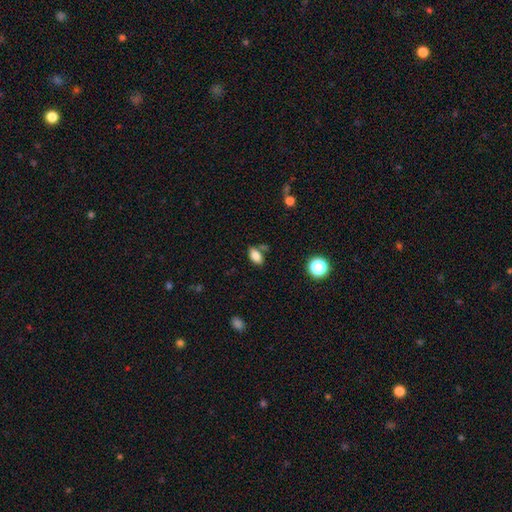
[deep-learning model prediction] This is clearly a smooth galaxy (83%). How rounded: clearly in between (89%). Merging: likely none (69%).